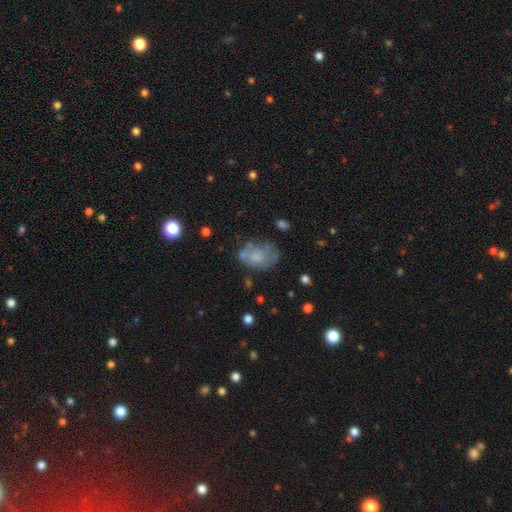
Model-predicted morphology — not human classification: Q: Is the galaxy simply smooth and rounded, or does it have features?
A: smooth — 55%.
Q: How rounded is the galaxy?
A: in between — 75%.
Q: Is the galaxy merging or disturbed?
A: none — 47%.